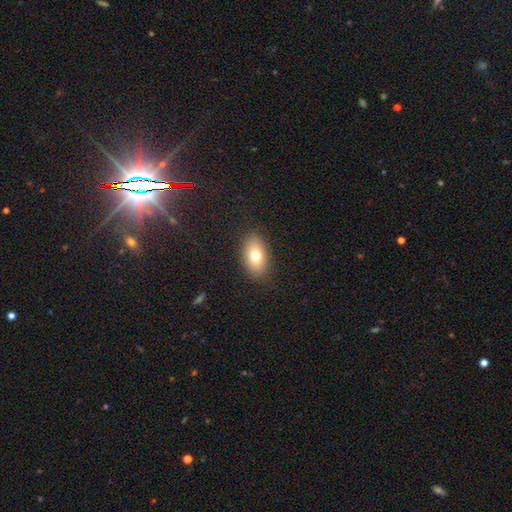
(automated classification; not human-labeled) Q: Smooth or featured?
A: smooth (73%); runner-up: featured or disk (19%)
Q: How rounded?
A: in between (90%); runner-up: round (8%)
Q: Merging?
A: none (87%); runner-up: minor disturbance (10%)